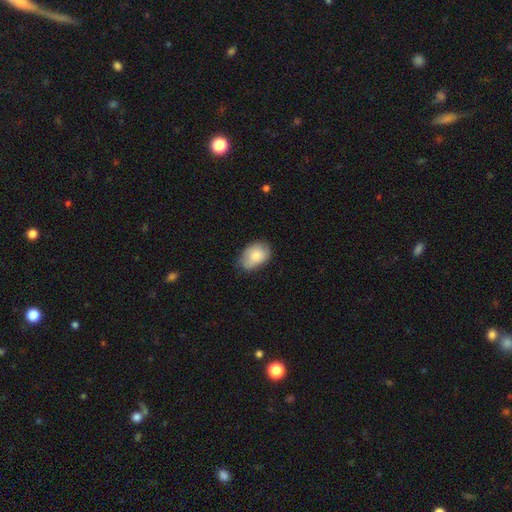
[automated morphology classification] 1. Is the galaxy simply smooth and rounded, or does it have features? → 78% smooth, 16% featured or disk, 7% star or artifact.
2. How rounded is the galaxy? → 83% in between, 16% round, 1% cigar-shaped.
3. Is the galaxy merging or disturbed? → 63% none, 30% minor disturbance, 6% major disturbance, 1% merger.